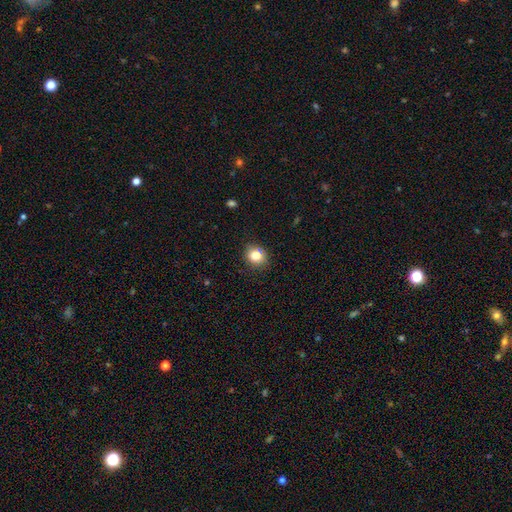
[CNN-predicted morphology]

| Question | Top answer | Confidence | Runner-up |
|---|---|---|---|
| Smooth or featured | smooth | 80% | star or artifact (12%) |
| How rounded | round | 77% | in between (22%) |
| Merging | none | 86% | minor disturbance (10%) |